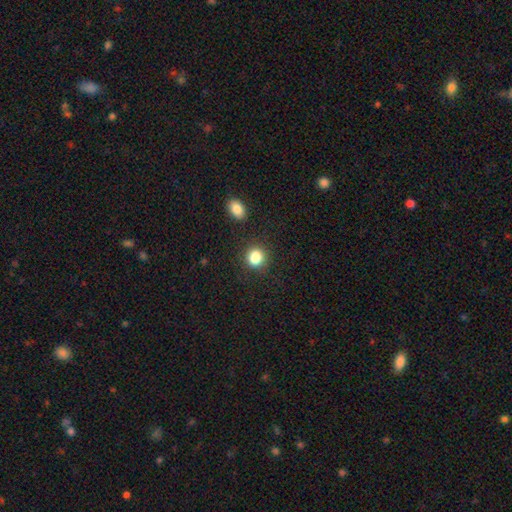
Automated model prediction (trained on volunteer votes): smooth-or-featured: smooth: 84% | star or artifact: 10% | featured or disk: 5%
  how-rounded: round: 76% | in between: 23% | cigar-shaped: 1%
  merging: none: 85% | minor disturbance: 8% | merger: 3% | major disturbance: 3%